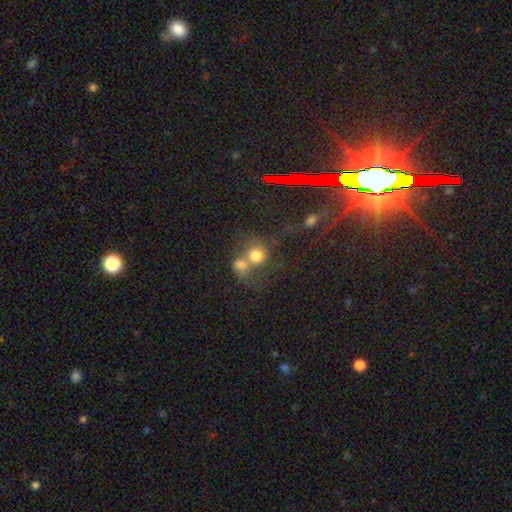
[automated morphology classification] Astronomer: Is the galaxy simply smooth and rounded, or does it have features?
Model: smooth — 69%.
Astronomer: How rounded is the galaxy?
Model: round — 76%.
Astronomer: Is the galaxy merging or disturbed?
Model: merger — 62%.